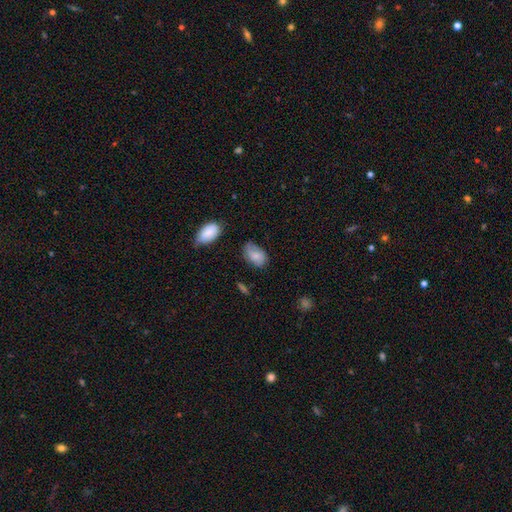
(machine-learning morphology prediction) A smooth galaxy with no disk features (75%) that is in between round and cigar-shaped (90%). Merging: none (55%).